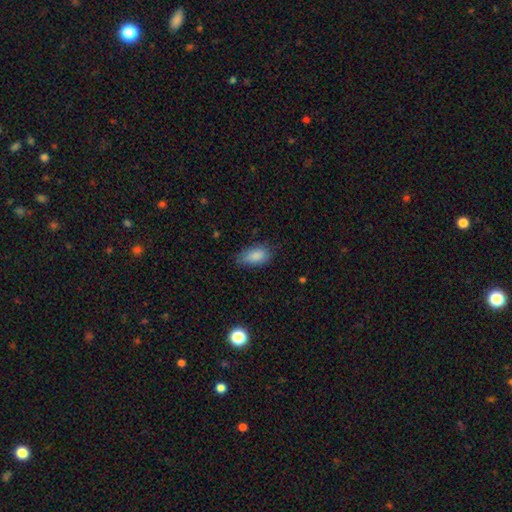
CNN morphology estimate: A smooth galaxy with no disk features (86%) that is in between round and cigar-shaped (91%).

Vote fractions:
- Smooth or featured? smooth: 86% / star or artifact: 7% / featured or disk: 7%
- How rounded? in between: 91% / round: 5% / cigar-shaped: 5%
- Merging? none: 69% / minor disturbance: 24% / major disturbance: 5% / merger: 1%